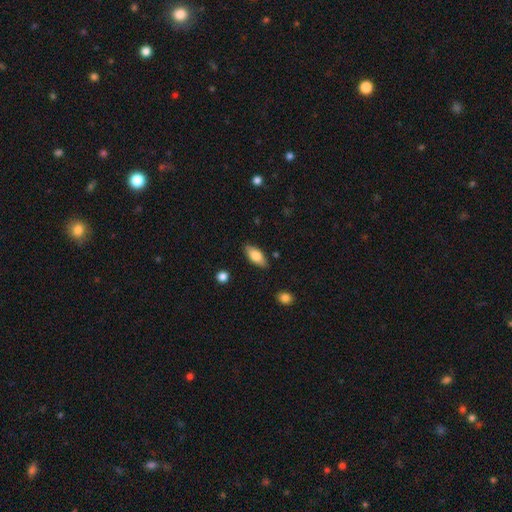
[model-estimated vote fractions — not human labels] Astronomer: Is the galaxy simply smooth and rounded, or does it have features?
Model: smooth — 76%.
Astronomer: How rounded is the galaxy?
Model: in between — 83%.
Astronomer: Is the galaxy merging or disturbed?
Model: none — 84%.